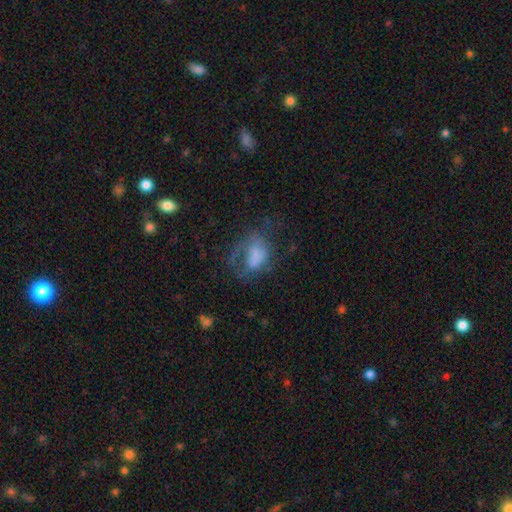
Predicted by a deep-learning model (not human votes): A featured or disk galaxy (44%, tied with smooth). Merging: major disturbance (43%).